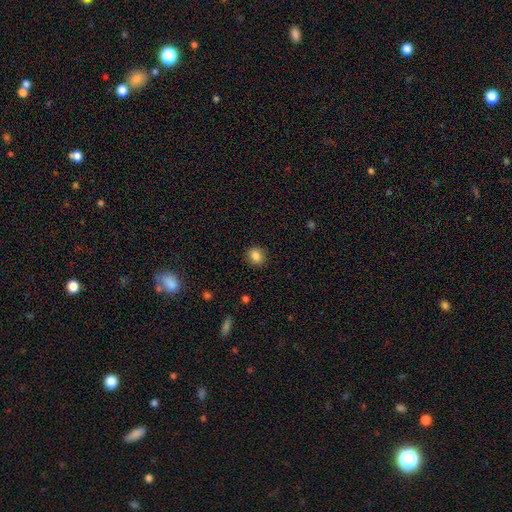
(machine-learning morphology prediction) type=smooth (85%); roundness=round (74%); merging=none (89%).